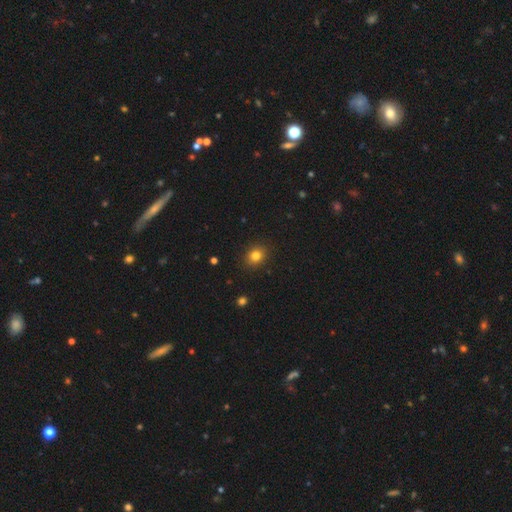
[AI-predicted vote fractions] The model was most divided on "how rounded": round: 62%, in between: 37%, cigar-shaped: 1%. More confident: merging — none (89%); smooth or featured — smooth (81%).